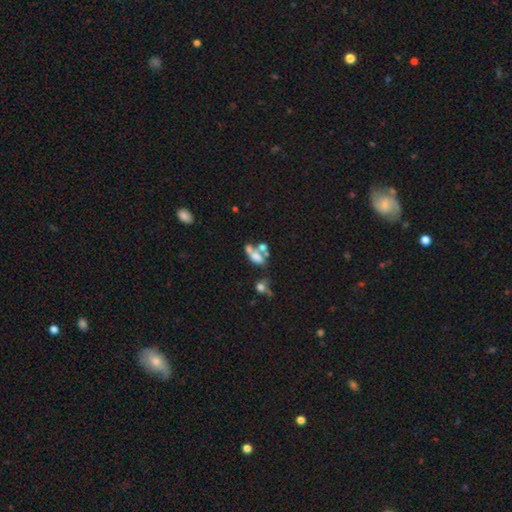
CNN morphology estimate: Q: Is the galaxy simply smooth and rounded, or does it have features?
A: smooth — 54%.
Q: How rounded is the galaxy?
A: in between — 78%.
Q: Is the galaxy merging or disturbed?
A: merger — 52%.